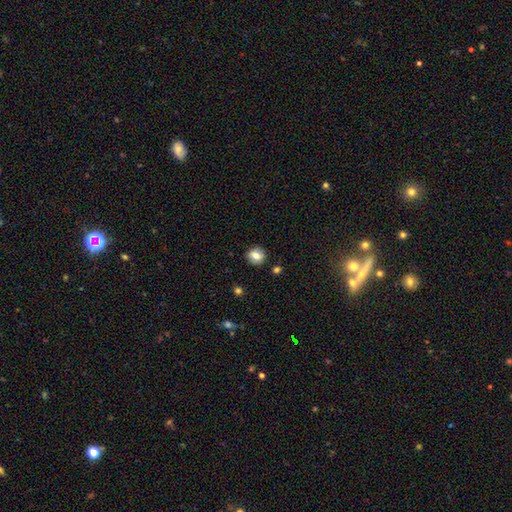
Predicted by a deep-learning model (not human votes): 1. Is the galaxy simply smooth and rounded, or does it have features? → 78% smooth, 12% featured or disk, 10% star or artifact.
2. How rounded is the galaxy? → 82% round, 17% in between, 1% cigar-shaped.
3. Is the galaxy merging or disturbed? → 88% none, 8% minor disturbance, 2% merger, 2% major disturbance.